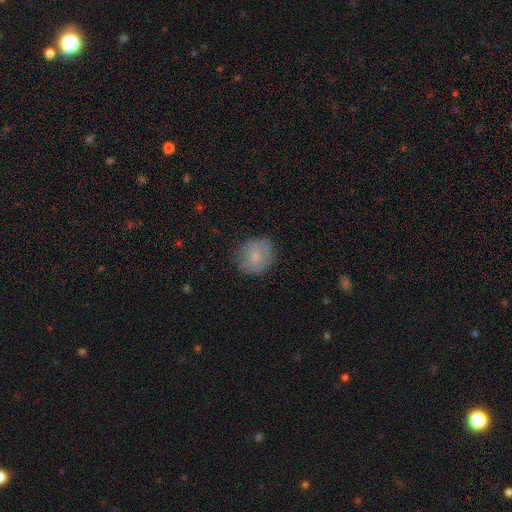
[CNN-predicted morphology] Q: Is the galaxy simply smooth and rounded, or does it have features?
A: smooth — 72%.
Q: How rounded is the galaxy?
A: round — 81%.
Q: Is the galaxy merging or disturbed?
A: none — 75%.